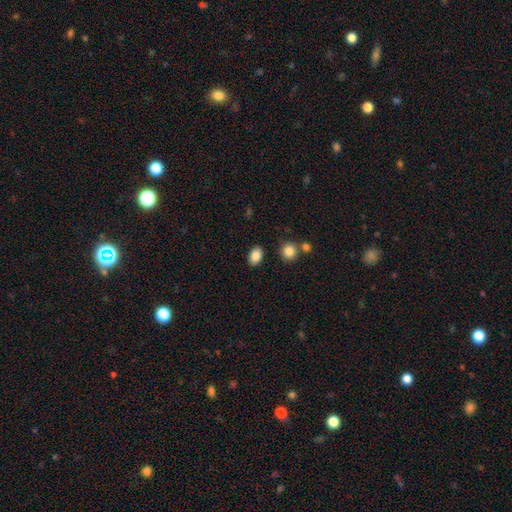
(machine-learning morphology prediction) smooth_or_featured: smooth (p=0.86) [alt: star or artifact p=0.08]
how_rounded: in between (p=0.83) [alt: round p=0.16]
merging: none (p=0.85) [alt: minor disturbance p=0.09]